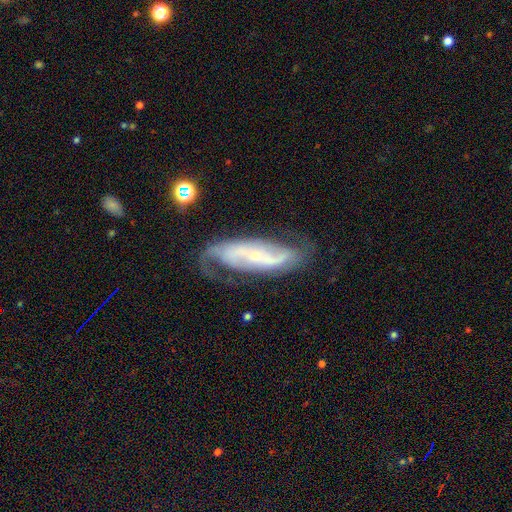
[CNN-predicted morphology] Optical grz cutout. It shows a featured or disk galaxy (85%) with no bar (46%), 2 (72%) medium (43%) spiral arms (94%) and a small central bulge (75%). Merging: none (65%).